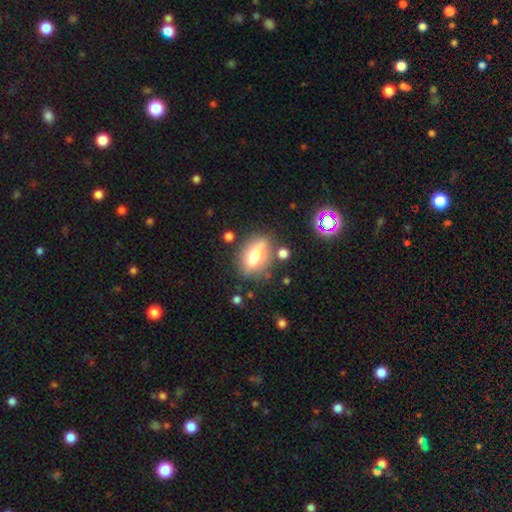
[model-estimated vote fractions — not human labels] Smooth or featured? smooth (60%)
How rounded? in between (75%)
Merging? none (72%)